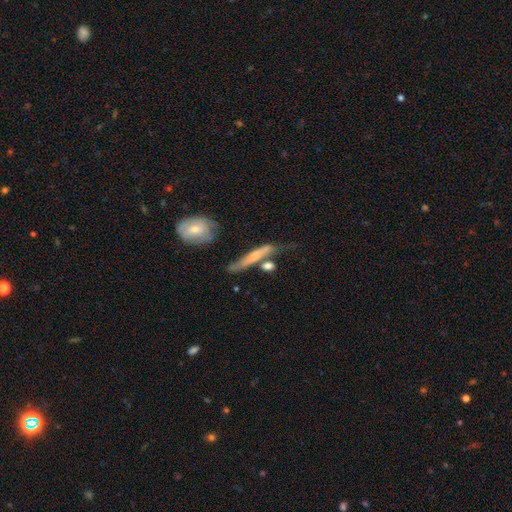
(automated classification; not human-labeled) The model was most divided on "smooth or featured": smooth: 47%, featured or disk: 46%, star or artifact: 8%. Remaining: merging — none (44%).